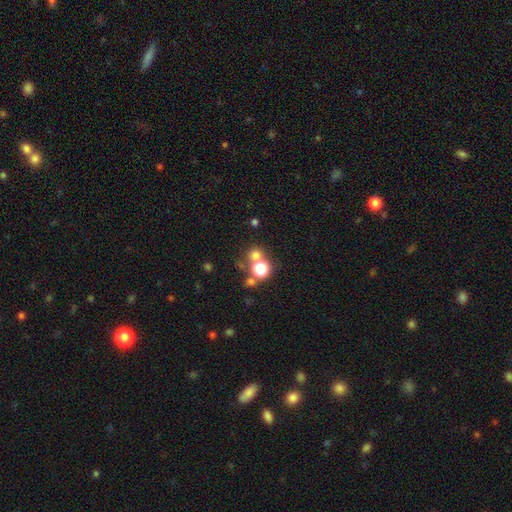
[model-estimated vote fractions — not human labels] smooth 67%, star or artifact 23%, featured or disk 10%. Down the decision tree: how rounded — round (89%); merging — none (59%).